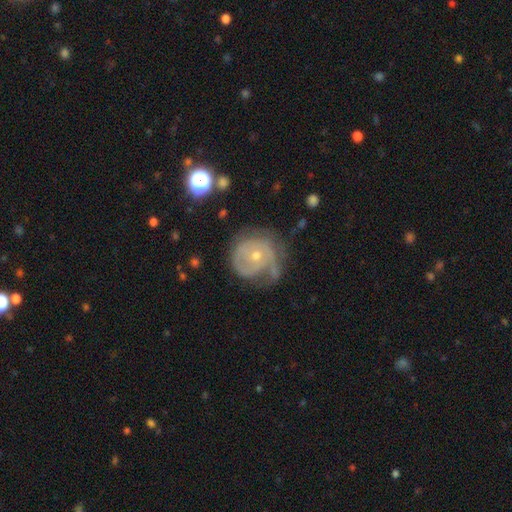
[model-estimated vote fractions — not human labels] Morphology: type=featured or disk (73%); edge-on=no (97%); bar=no (80%); spiral arms=yes (81%); winding=tight (58%); arm count=1 (31%); bulge=small (55%); merging=none (49%).